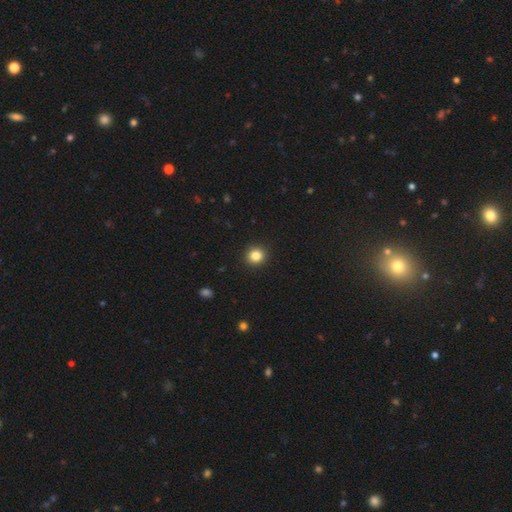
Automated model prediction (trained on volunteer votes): A smooth galaxy with no disk features (84%) that is round (88%). Merging: none (92%).